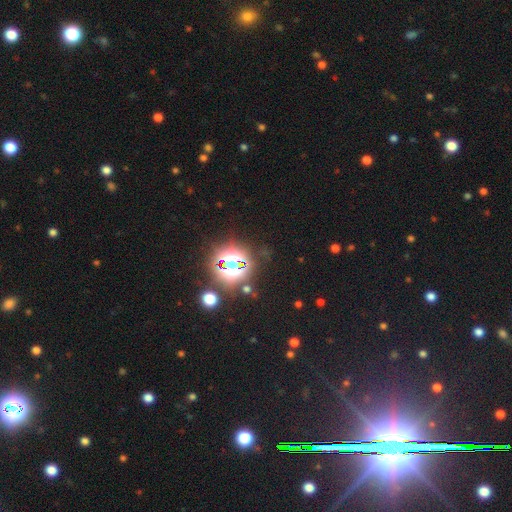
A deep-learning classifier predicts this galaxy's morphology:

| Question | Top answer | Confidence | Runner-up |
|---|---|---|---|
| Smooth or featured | star or artifact | 82% | smooth (11%) |